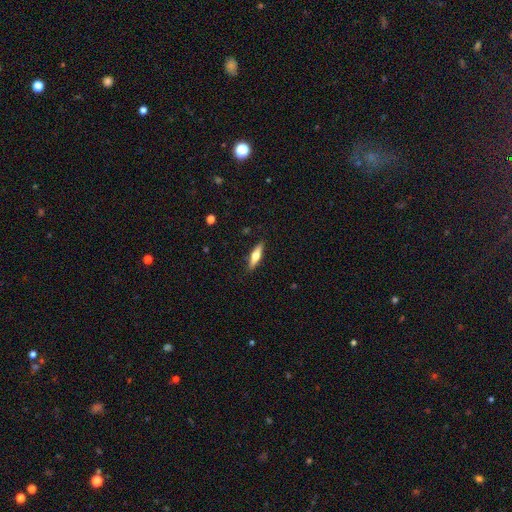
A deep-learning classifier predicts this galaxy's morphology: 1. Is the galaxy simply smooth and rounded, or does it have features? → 47% featured or disk (tied), 47% smooth (tied), 6% star or artifact.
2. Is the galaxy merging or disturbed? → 88% none, 9% minor disturbance, 2% major disturbance, 1% merger.